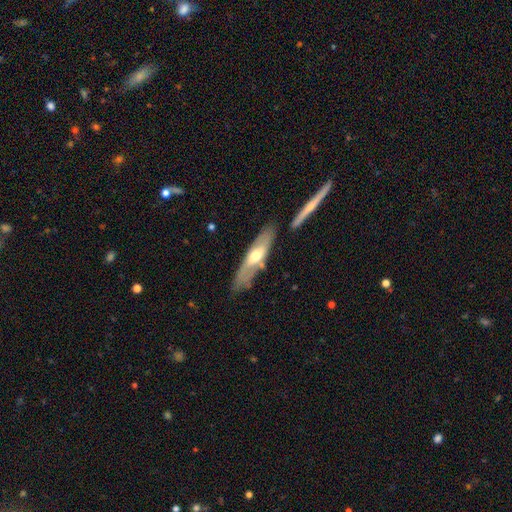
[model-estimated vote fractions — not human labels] Q: Smooth or featured?
A: featured or disk (54%); runner-up: smooth (40%)
Q: Edge-on disk?
A: yes (53%); runner-up: no (47%)
Q: Merging?
A: none (70%); runner-up: minor disturbance (18%)